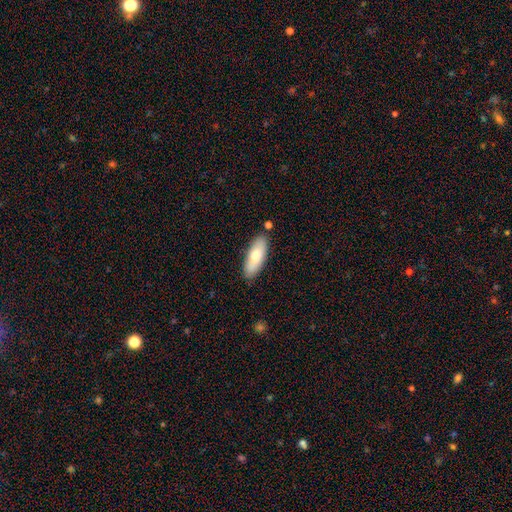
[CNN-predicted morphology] This is likely a smooth galaxy (73%). How rounded: likely in between (71%). Merging: clearly none (82%).